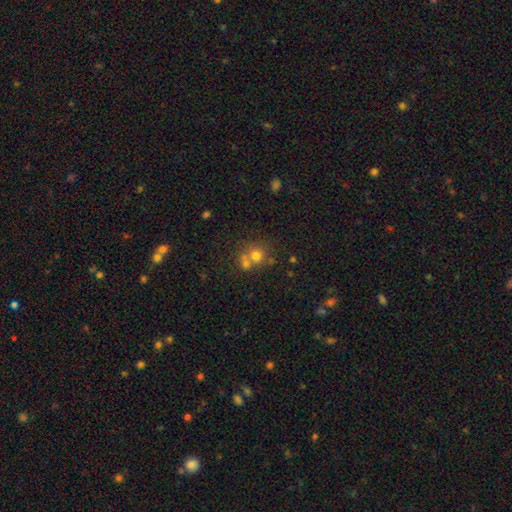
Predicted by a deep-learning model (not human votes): smooth 69%, star or artifact 17%, featured or disk 14%. Down the decision tree: how rounded — round (86%); merging — none (47%).